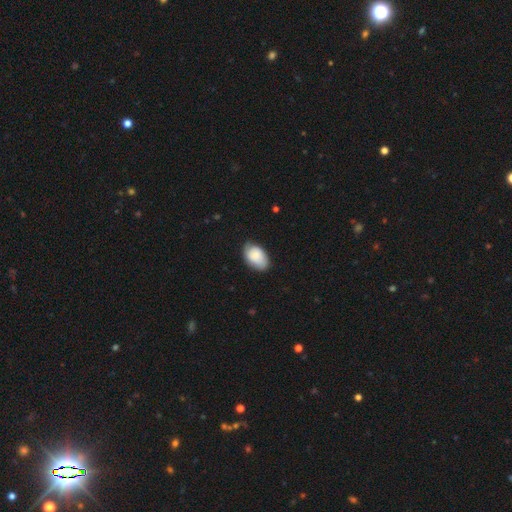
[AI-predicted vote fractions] Smooth or featured? Predicted: smooth (p=0.76). How rounded? Predicted: in between (p=0.90). Merging? Predicted: none (p=0.71).